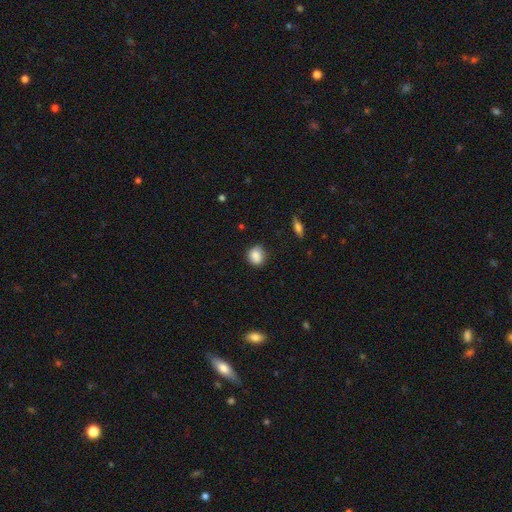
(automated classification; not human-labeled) smooth-or-featured: smooth: 85% | star or artifact: 9% | featured or disk: 7%
  how-rounded: round: 79% | in between: 20% | cigar-shaped: 1%
  merging: none: 79% | minor disturbance: 16% | major disturbance: 3% | merger: 1%